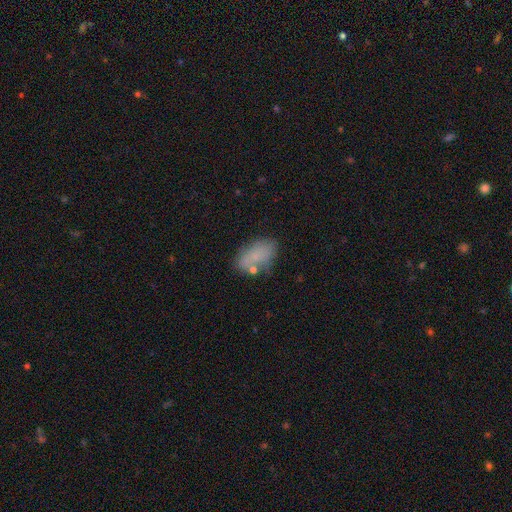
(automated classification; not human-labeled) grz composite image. It shows a smooth galaxy with no disk features (74%) that is in between round and cigar-shaped (89%). Merging: none (63%).